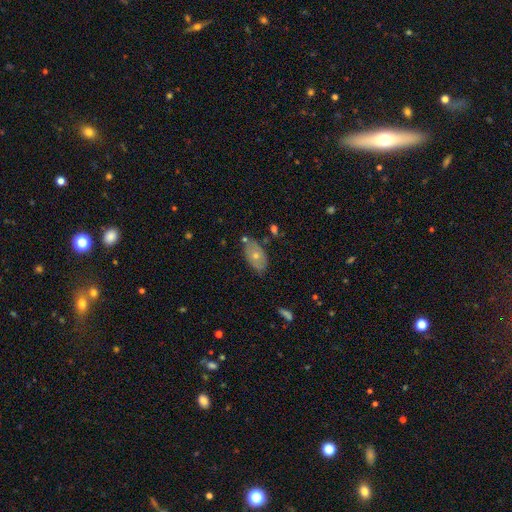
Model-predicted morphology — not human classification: smooth 62%, featured or disk 30%, star or artifact 7%. Down the decision tree: how rounded — in between (91%); merging — none (69%).